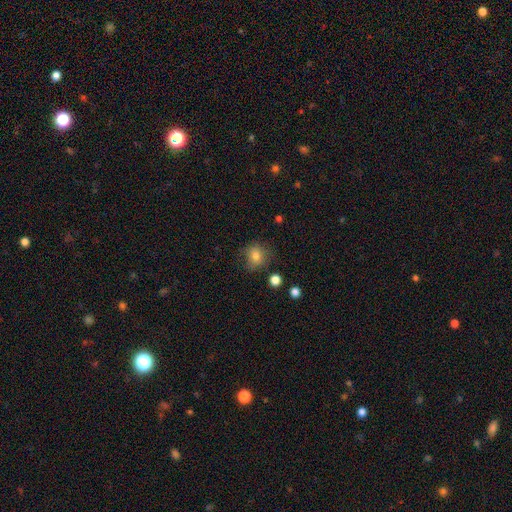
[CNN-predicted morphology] Smooth or featured: smooth — 80% (star or artifact — 11%)
How rounded: round — 76% (in between — 23%)
Merging: none — 73% (minor disturbance — 19%)